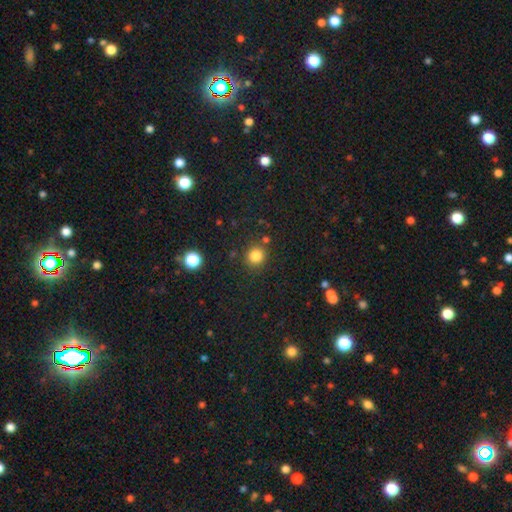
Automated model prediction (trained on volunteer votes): A smooth galaxy with no disk features (82%) that is round (89%).

Vote fractions:
- Smooth or featured? smooth: 82% / star or artifact: 13% / featured or disk: 5%
- How rounded? round: 89% / in between: 10% / cigar-shaped: 1%
- Merging? none: 84% / minor disturbance: 8% / merger: 5% / major disturbance: 3%